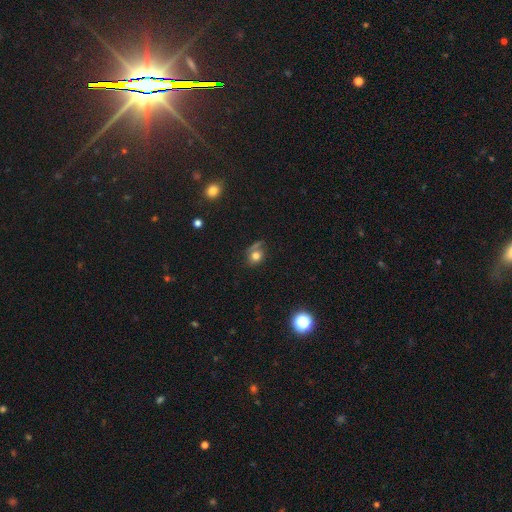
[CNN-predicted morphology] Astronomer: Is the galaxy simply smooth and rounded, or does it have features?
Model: smooth — 74%.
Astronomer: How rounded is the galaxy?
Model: round — 64%.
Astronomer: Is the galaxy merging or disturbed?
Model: none — 55%.